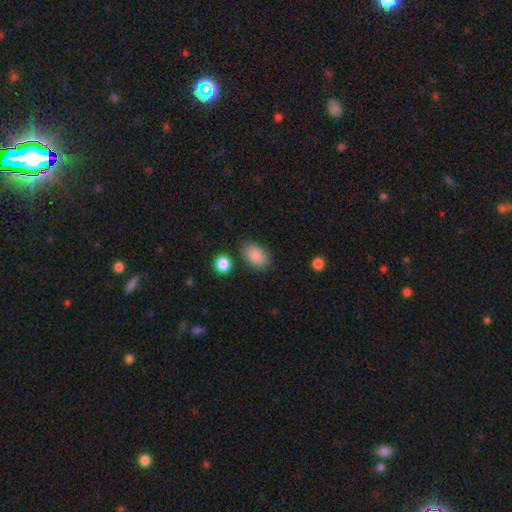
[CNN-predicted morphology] This is clearly a smooth galaxy (87%). How rounded: clearly in between (88%). Merging: clearly none (80%).